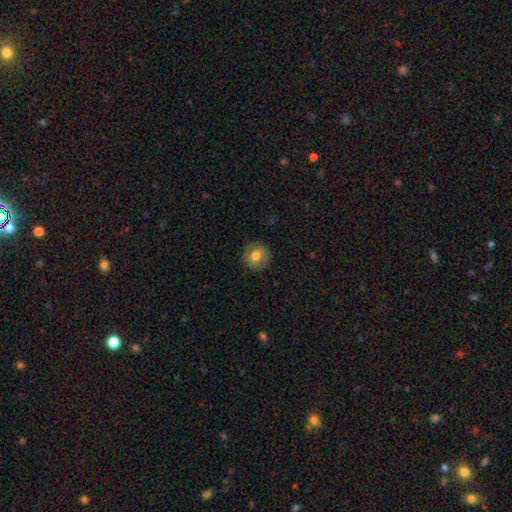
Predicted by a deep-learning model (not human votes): The model was most divided on "smooth or featured": smooth: 73%, featured or disk: 18%, star or artifact: 8%. More confident: how rounded — round (91%); merging — none (89%).